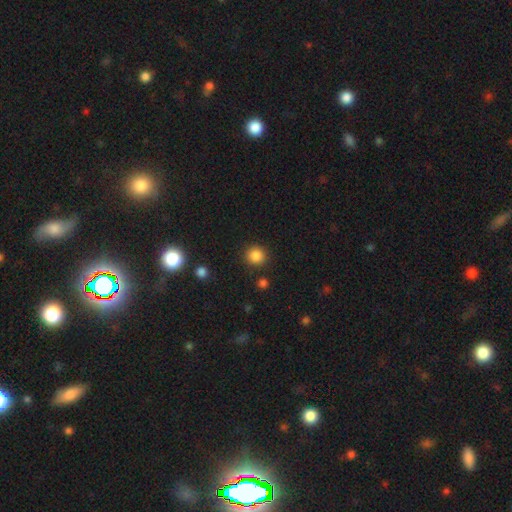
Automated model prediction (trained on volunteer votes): smooth-or-featured: smooth: 85% | star or artifact: 12% | featured or disk: 3%
  how-rounded: round: 91% | in between: 8% | cigar-shaped: 1%
  merging: none: 89% | minor disturbance: 6% | major disturbance: 3% | merger: 2%